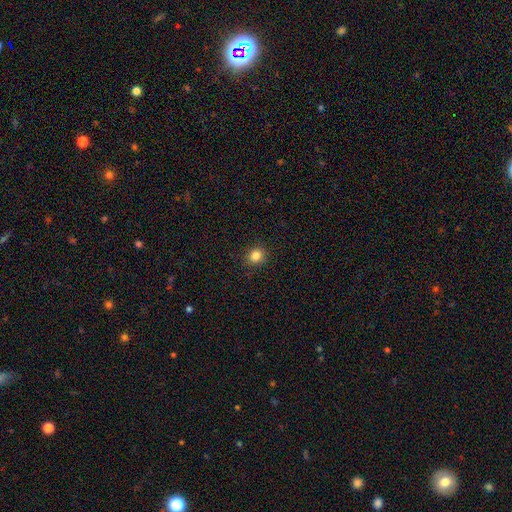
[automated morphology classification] The model was most divided on "smooth or featured": smooth: 83%, star or artifact: 12%, featured or disk: 5%. More confident: merging — none (90%); how rounded — round (86%).